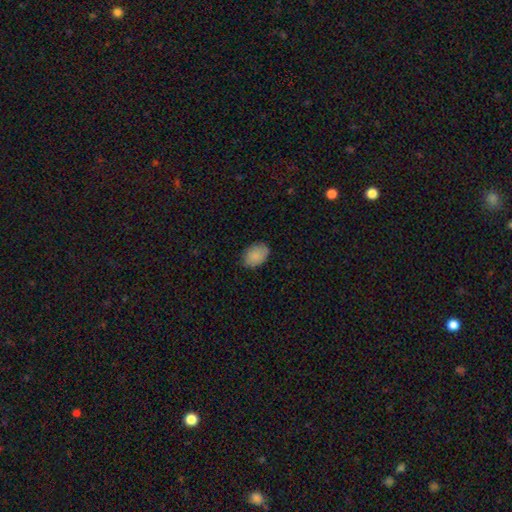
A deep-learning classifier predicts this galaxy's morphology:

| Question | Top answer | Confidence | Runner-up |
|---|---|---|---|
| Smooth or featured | smooth | 87% | star or artifact (7%) |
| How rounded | in between | 84% | round (15%) |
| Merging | none | 82% | minor disturbance (14%) |